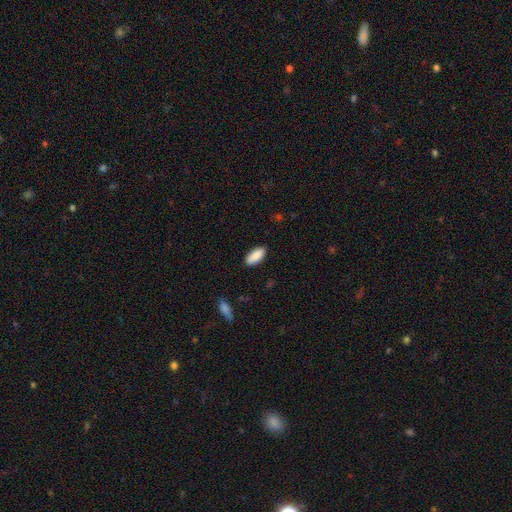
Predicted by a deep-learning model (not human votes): Smooth or featured? Predicted: smooth (p=0.89). How rounded? Predicted: in between (p=0.84). Merging? Predicted: none (p=0.86).